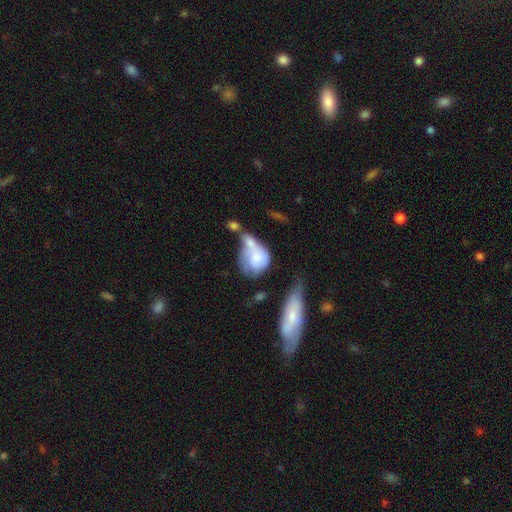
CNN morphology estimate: type=smooth (61%); roundness=round (52%); merging=merger (50%).